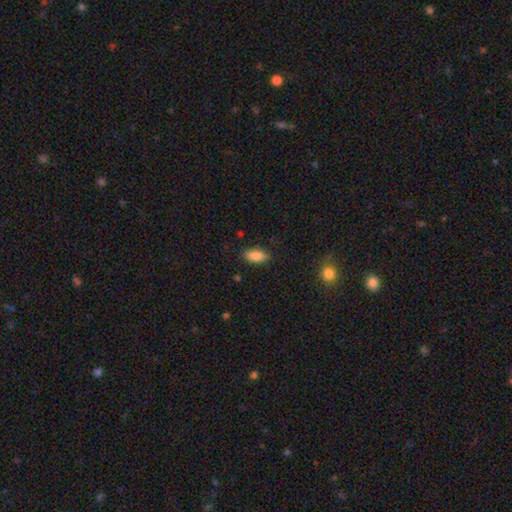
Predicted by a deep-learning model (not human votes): Overall: smooth (86%). How rounded: in between (88%). Merging: none (85%).